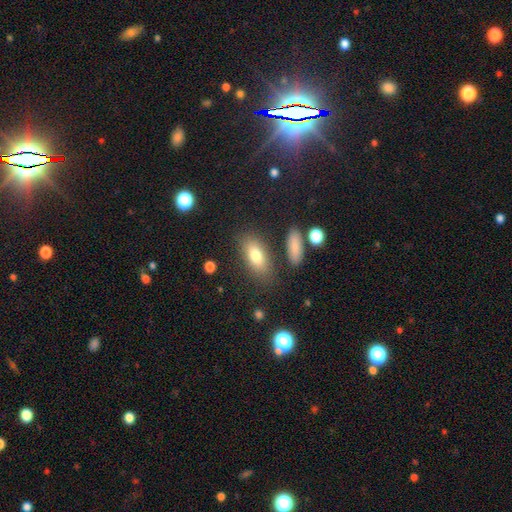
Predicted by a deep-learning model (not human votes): smooth 77%, featured or disk 14%, star or artifact 10%. Down the decision tree: how rounded — in between (83%); merging — none (79%).